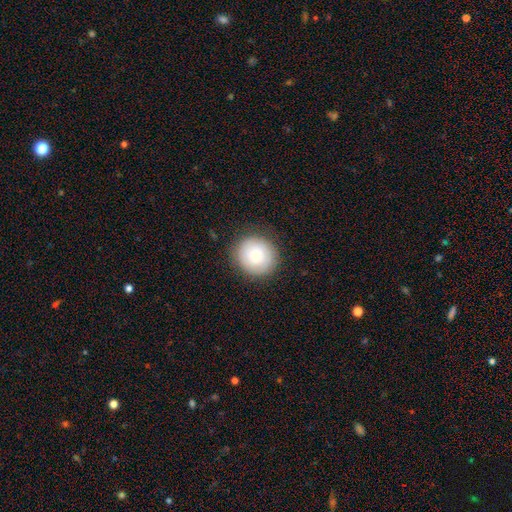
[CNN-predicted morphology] Smooth or featured: smooth — 73% (featured or disk — 18%)
How rounded: round — 90% (in between — 9%)
Merging: none — 85% (minor disturbance — 10%)